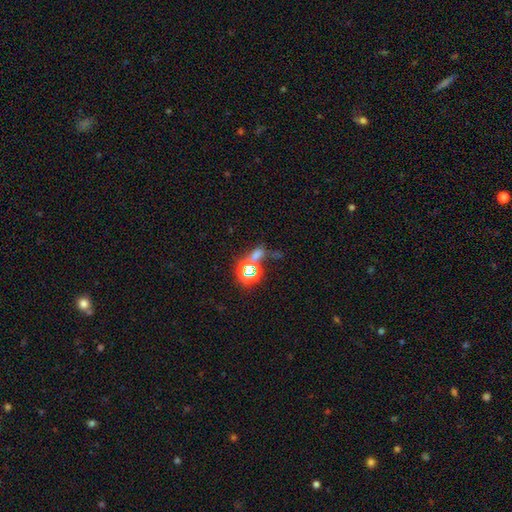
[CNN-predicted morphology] smooth-or-featured: star or artifact: 58% | smooth: 30% | featured or disk: 12%